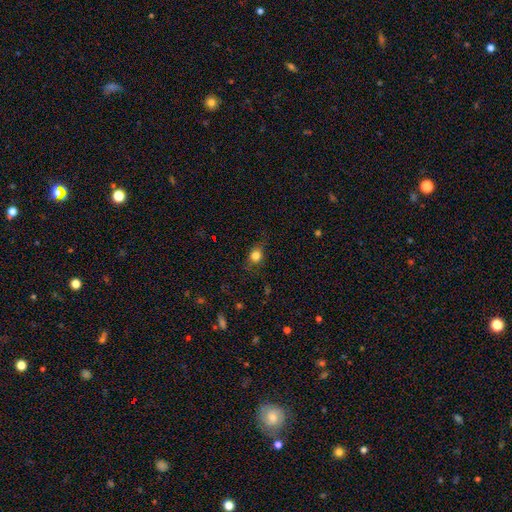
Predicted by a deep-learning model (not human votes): Overall: smooth (79%). How rounded: round (62%; in between 36%). Merging: none (75%).